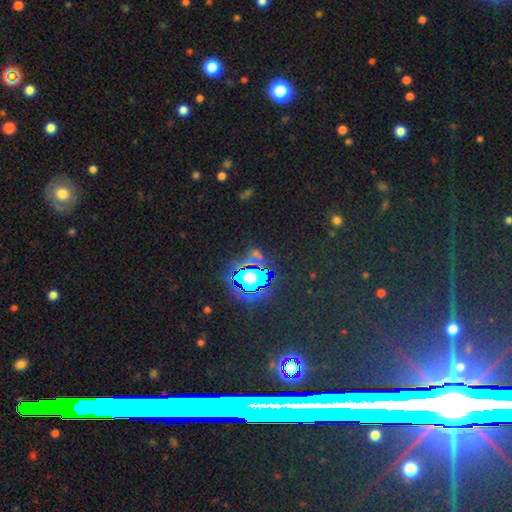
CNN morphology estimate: A star or artifact, not a galaxy (72%).